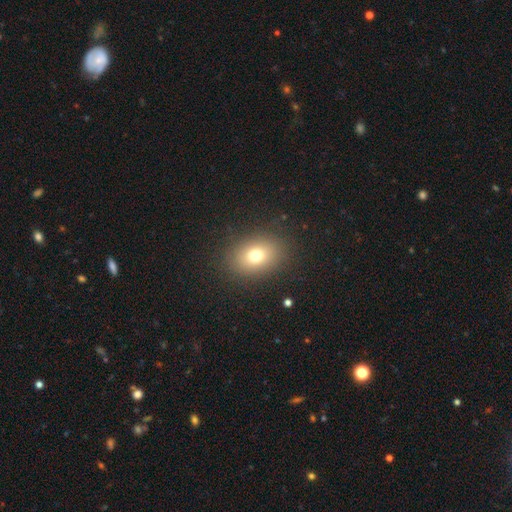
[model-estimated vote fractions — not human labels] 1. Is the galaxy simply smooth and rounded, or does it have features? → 74% smooth, 14% star or artifact, 12% featured or disk.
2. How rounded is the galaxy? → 64% in between, 34% round, 1% cigar-shaped.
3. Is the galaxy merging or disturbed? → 86% none, 8% minor disturbance, 4% major disturbance, 1% merger.